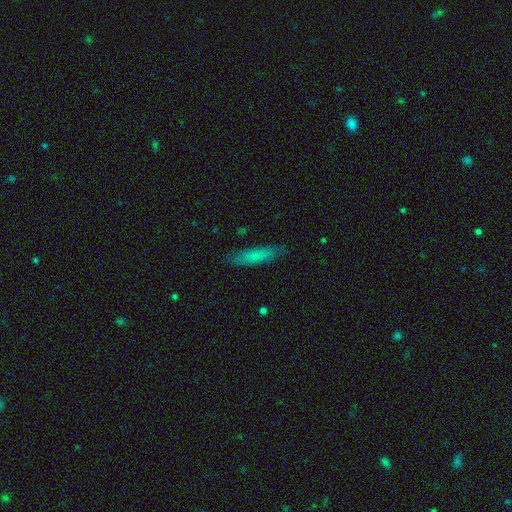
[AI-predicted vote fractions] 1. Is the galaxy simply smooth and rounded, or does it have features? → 73% smooth, 19% featured or disk, 8% star or artifact.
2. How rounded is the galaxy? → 76% cigar-shaped, 23% in between, 2% round.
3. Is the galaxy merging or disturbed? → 83% none, 13% minor disturbance, 3% major disturbance, 1% merger.